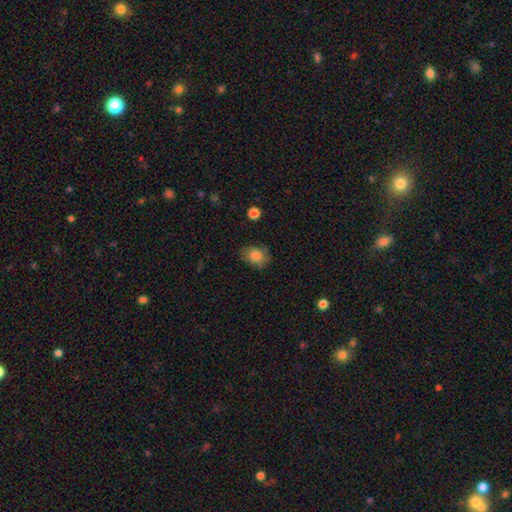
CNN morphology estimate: This is likely a smooth galaxy (78%). How rounded: possibly in between (58%). Merging: likely none (75%).